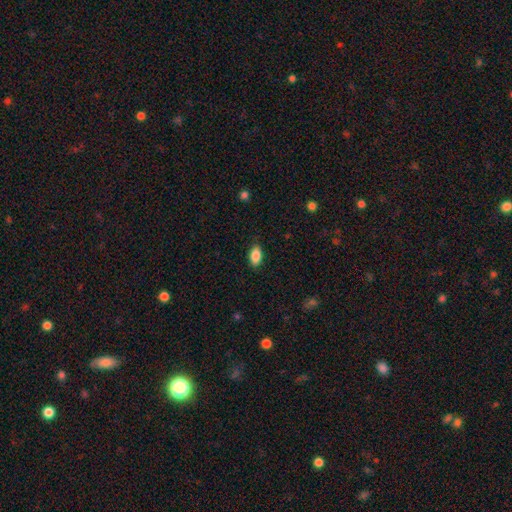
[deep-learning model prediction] Morphology: type=smooth (87%); roundness=in between (92%); merging=none (85%).